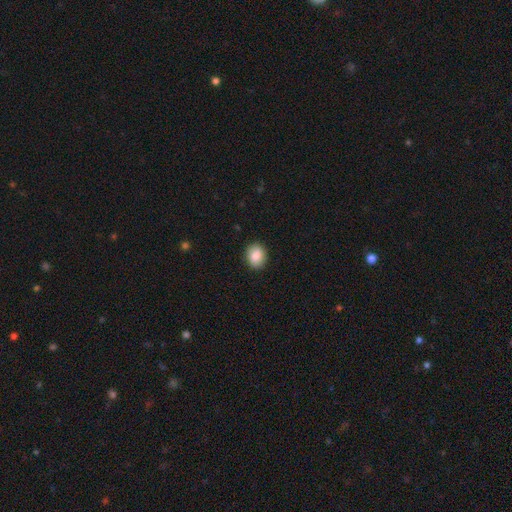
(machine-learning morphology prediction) A smooth galaxy with no disk features (87%) that is round (51%). Merging: none (90%).